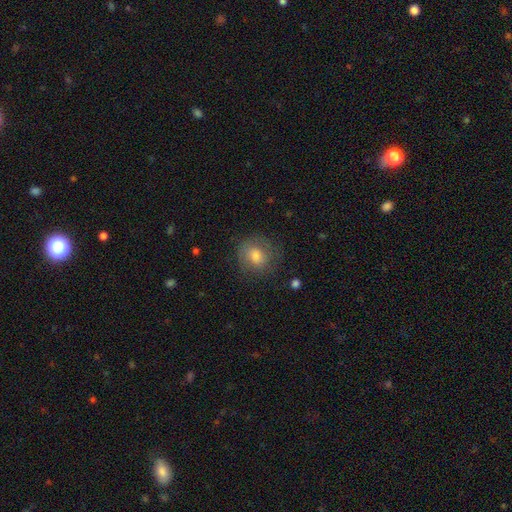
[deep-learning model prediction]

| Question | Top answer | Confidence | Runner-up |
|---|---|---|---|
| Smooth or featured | smooth | 66% | featured or disk (24%) |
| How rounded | round | 75% | in between (24%) |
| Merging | none | 75% | minor disturbance (16%) |